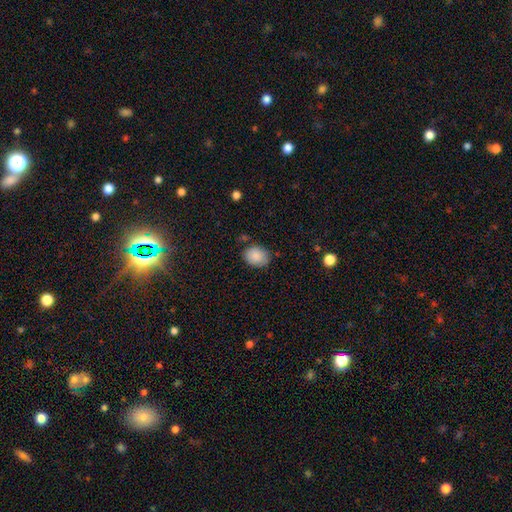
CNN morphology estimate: This is clearly a smooth galaxy (87%). How rounded: possibly in between (57%). Merging: likely none (77%).